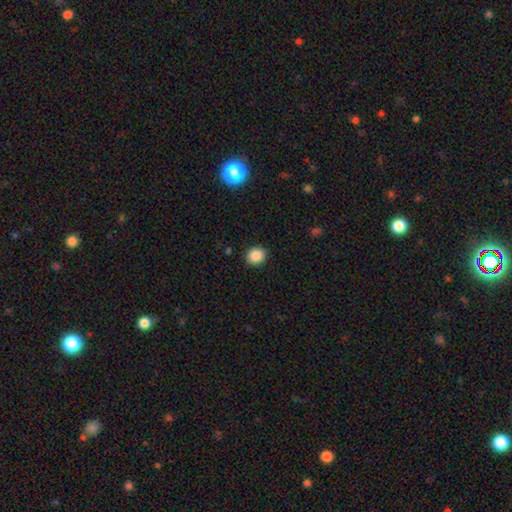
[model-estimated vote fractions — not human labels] This is clearly a smooth galaxy (87%). How rounded: likely round (66%). Merging: clearly none (90%).